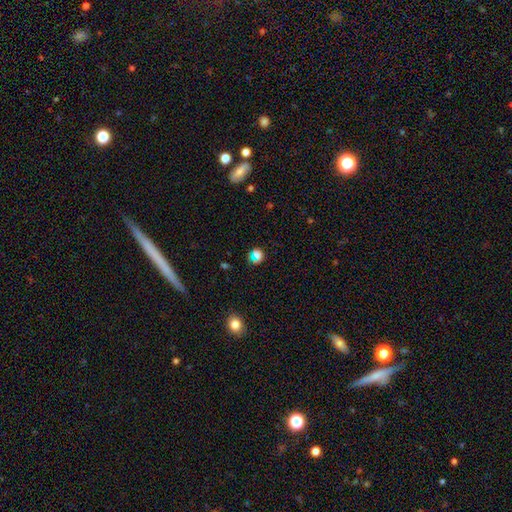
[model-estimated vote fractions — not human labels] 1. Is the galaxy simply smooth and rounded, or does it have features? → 62% smooth, 30% star or artifact, 8% featured or disk.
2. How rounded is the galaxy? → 81% round, 17% in between, 2% cigar-shaped.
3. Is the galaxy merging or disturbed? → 73% none, 14% minor disturbance, 7% major disturbance, 6% merger.